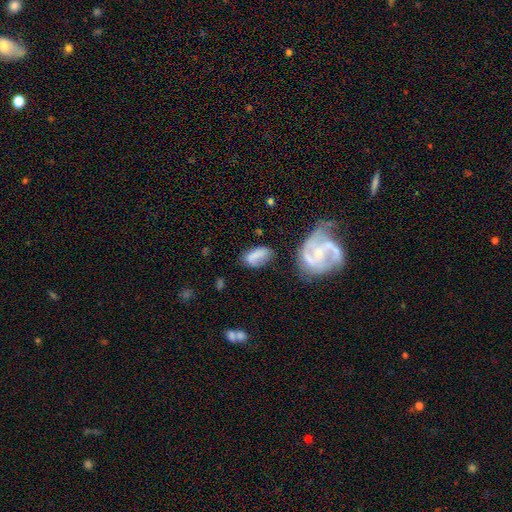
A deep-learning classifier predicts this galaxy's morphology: smooth 71%, featured or disk 20%, star or artifact 9%. Down the decision tree: how rounded — in between (90%); merging — none (51%).